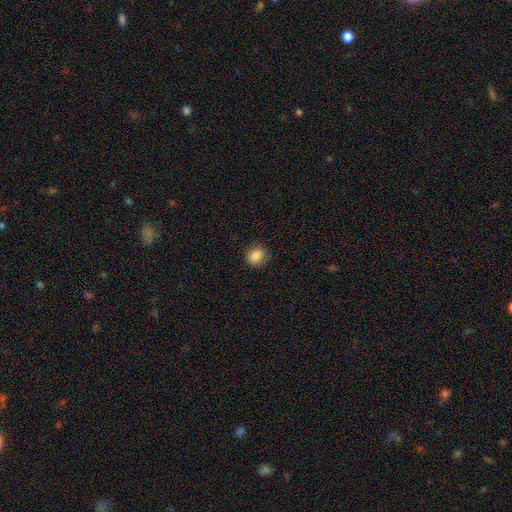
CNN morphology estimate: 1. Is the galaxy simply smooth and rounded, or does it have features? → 86% smooth, 9% star or artifact, 4% featured or disk.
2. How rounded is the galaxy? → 69% round, 30% in between, 1% cigar-shaped.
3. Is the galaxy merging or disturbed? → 85% none, 11% minor disturbance, 3% major disturbance, 1% merger.